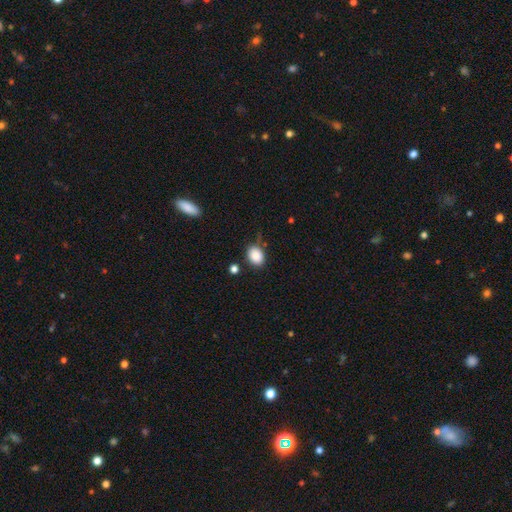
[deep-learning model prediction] A smooth galaxy with no disk features (87%) that is in between round and cigar-shaped (62%). Merging: none (75%).